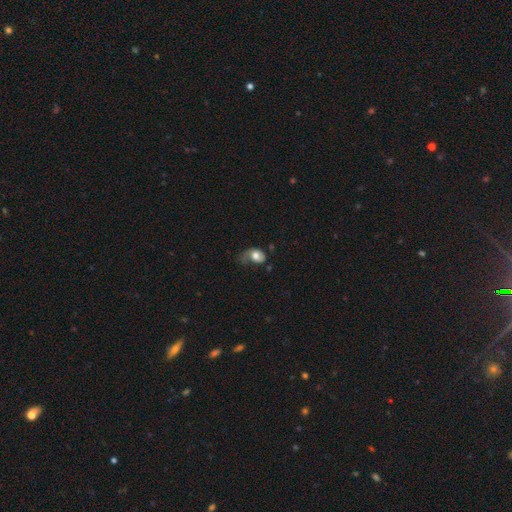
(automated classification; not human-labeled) Smooth or featured?
  - smooth: 52% *
  - featured or disk: 40%
  - star or artifact: 7%
How rounded?
  - in between: 68% *
  - round: 31%
  - cigar-shaped: 1%
Merging?
  - major disturbance: 45% *
  - minor disturbance: 28%
  - none: 23%
  - merger: 3%